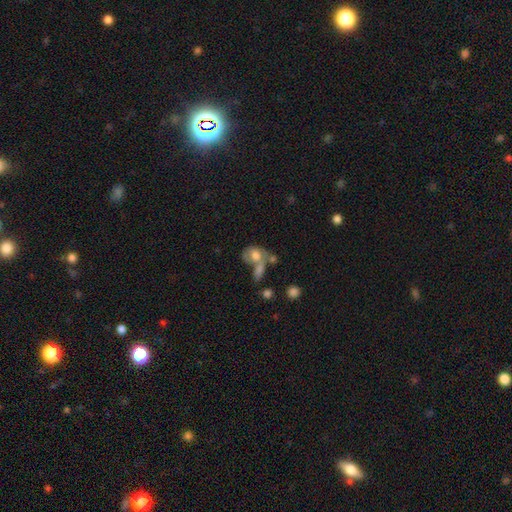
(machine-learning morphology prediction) Smooth or featured: smooth — 61% (featured or disk — 29%)
How rounded: in between — 71% (round — 27%)
Merging: merger — 49% (none — 22%)